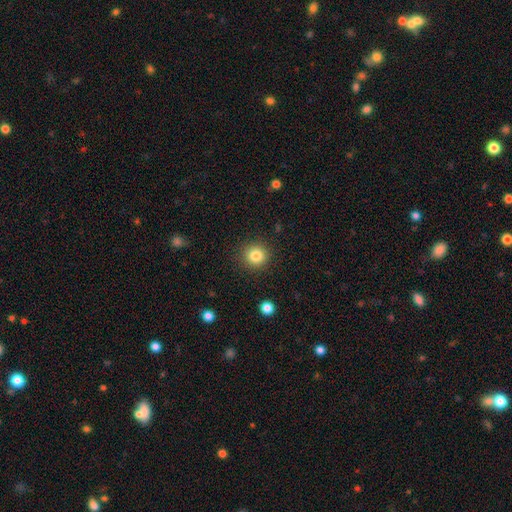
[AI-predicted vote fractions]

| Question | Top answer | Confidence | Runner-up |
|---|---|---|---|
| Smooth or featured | smooth | 83% | star or artifact (11%) |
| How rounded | round | 92% | in between (7%) |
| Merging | none | 90% | minor disturbance (6%) |